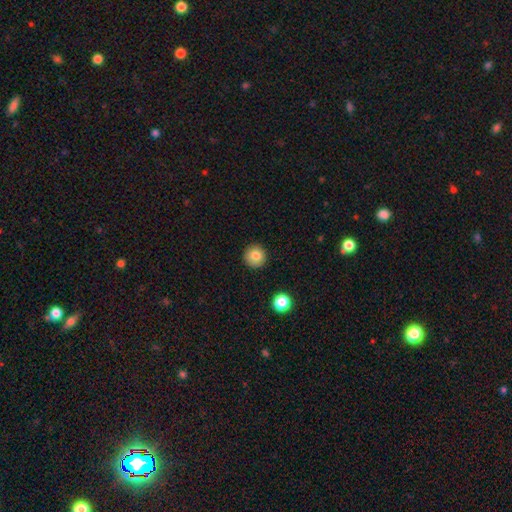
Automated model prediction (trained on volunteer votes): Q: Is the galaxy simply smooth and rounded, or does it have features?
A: smooth — 83%.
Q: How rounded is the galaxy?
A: round — 95%.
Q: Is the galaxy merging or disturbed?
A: none — 92%.